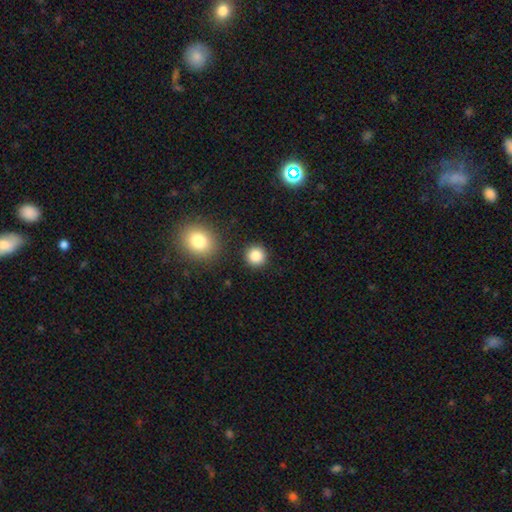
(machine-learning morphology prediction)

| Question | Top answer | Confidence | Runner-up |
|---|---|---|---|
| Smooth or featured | smooth | 86% | star or artifact (10%) |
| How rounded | round | 93% | in between (6%) |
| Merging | none | 89% | minor disturbance (6%) |